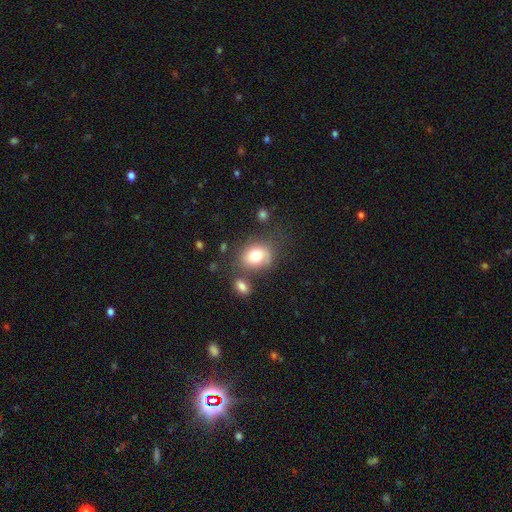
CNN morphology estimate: Q: Smooth or featured?
A: smooth (77%); runner-up: featured or disk (15%)
Q: How rounded?
A: in between (58%); runner-up: round (40%)
Q: Merging?
A: none (54%); runner-up: minor disturbance (21%)